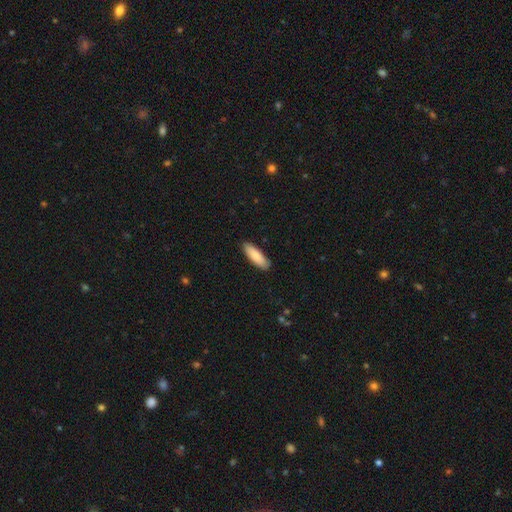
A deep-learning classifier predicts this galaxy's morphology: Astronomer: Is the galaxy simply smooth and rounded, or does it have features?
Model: smooth — 85%.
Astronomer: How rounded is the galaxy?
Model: in between — 52% (runner-up: cigar-shaped, 47%).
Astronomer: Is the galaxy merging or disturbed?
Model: none — 88%.